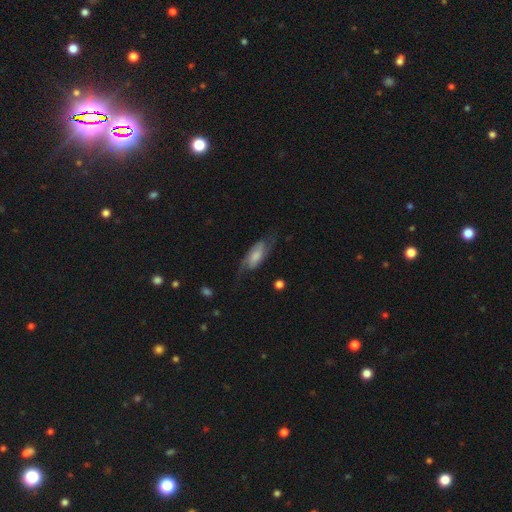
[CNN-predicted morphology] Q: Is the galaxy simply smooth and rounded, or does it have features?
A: featured or disk — 63%.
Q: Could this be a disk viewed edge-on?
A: no — 90%.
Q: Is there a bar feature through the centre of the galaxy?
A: no — 52%.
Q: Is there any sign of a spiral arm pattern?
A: yes — 92%.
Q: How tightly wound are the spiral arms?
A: loose — 43%.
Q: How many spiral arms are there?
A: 2 — 86%.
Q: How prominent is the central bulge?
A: moderate — 28%.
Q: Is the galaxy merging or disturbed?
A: none — 63%.